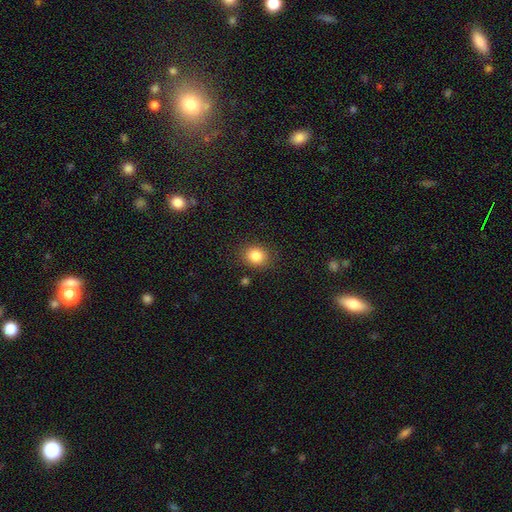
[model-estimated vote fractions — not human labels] Smooth or featured: smooth — 84% (star or artifact — 10%)
How rounded: round — 67% (in between — 32%)
Merging: none — 86% (minor disturbance — 9%)